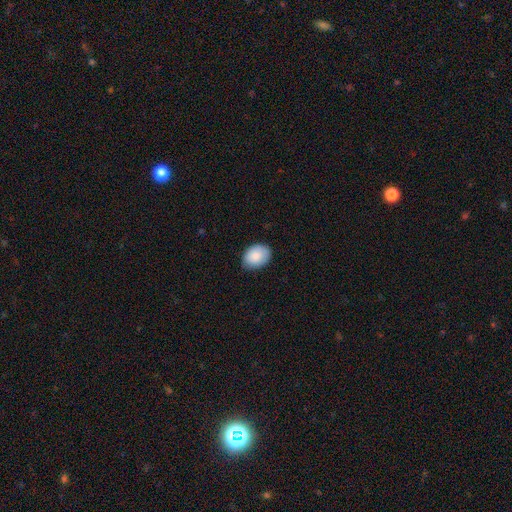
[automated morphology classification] A smooth galaxy with no disk features (88%) that is in between round and cigar-shaped (72%).

Vote fractions:
- Smooth or featured? smooth: 88% / star or artifact: 7% / featured or disk: 6%
- How rounded? in between: 72% / round: 27% / cigar-shaped: 1%
- Merging? none: 80% / minor disturbance: 17% / major disturbance: 2% / merger: 1%